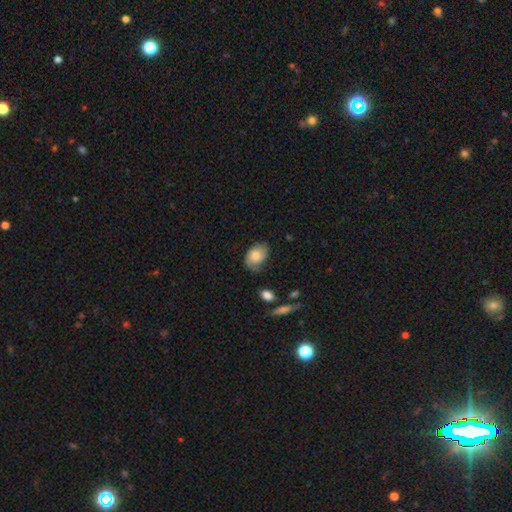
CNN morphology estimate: smooth 58%, featured or disk 34%, star or artifact 8%. Down the decision tree: how rounded — in between (76%); merging — none (62%).